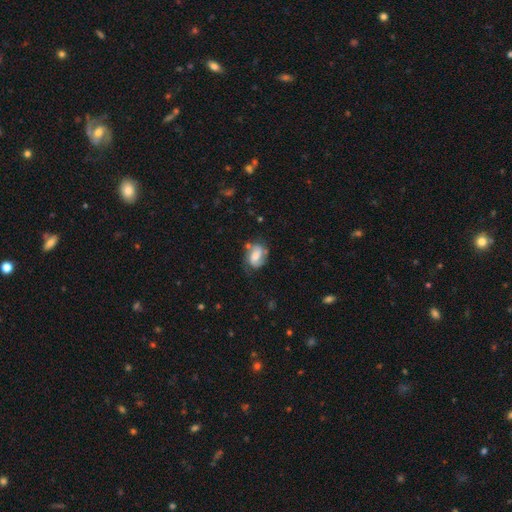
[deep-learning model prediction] Smooth or featured? featured or disk (47%)
Merging? none (53%)